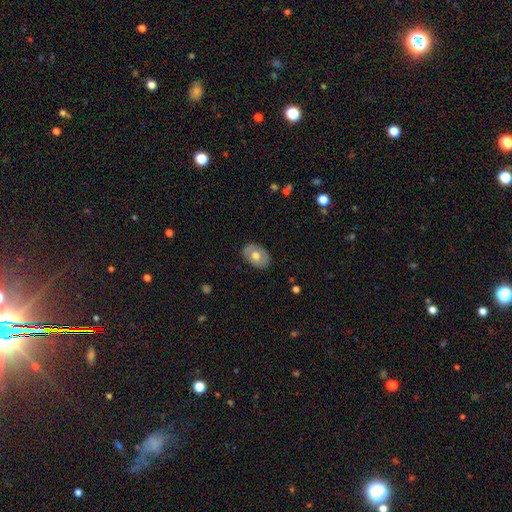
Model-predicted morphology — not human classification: smooth_or_featured: smooth (p=0.62) [alt: featured or disk p=0.32]
how_rounded: in between (p=0.77) [alt: round p=0.22]
merging: none (p=0.84) [alt: minor disturbance p=0.13]